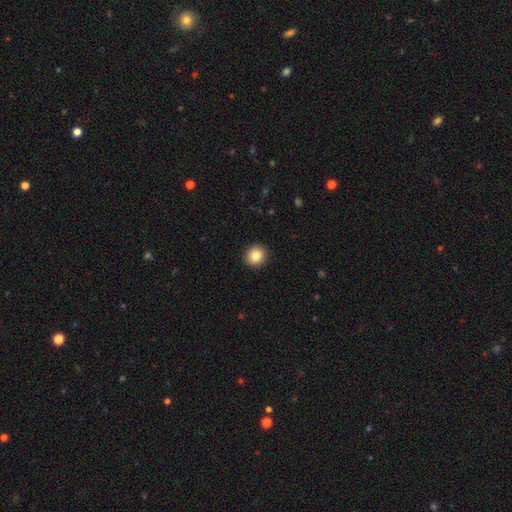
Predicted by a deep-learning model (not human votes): smooth-or-featured: smooth: 84% | star or artifact: 9% | featured or disk: 6%
  how-rounded: round: 89% | in between: 10% | cigar-shaped: 1%
  merging: none: 93% | minor disturbance: 5% | major disturbance: 2% | merger: 1%